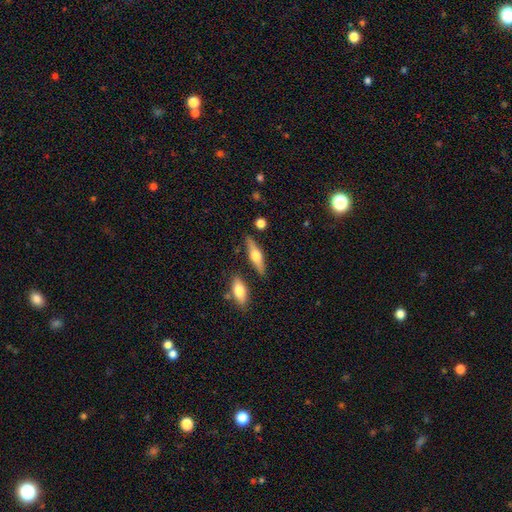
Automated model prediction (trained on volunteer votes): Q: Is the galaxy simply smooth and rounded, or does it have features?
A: featured or disk — 56%.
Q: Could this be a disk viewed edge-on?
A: yes — 94%.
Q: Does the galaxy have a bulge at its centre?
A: rounded — 94%.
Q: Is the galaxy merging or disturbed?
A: none — 84%.